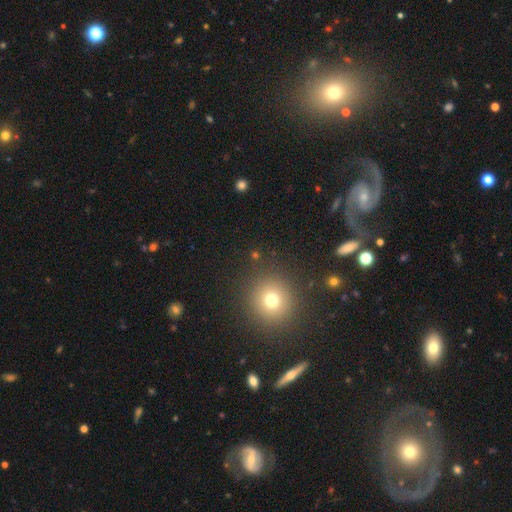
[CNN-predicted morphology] smooth 58%, star or artifact 28%, featured or disk 14%. Down the decision tree: how rounded — round (89%); merging — none (88%).